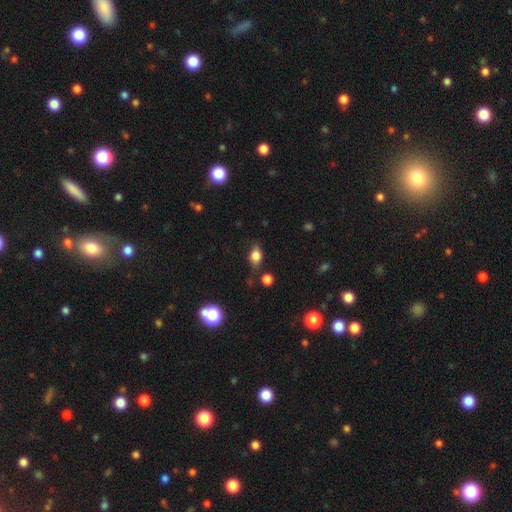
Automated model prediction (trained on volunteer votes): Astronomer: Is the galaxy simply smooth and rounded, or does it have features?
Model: smooth — 74%.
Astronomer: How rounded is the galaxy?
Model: in between — 73%.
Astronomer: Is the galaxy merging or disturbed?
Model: none — 66%.